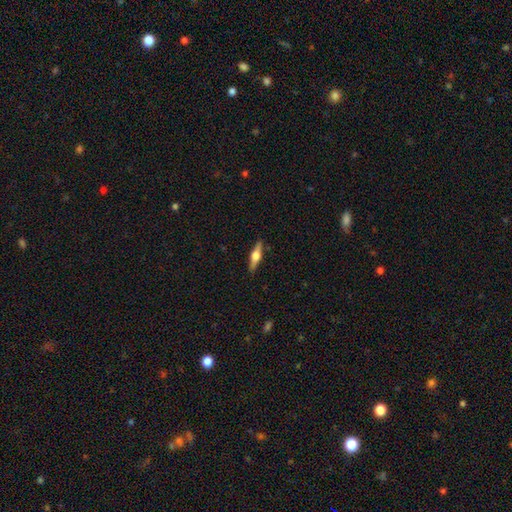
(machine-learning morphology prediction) smooth-or-featured: featured or disk: 60% | smooth: 35% | star or artifact: 6%
  disk-edge-on: yes: 96% | no: 4%
    edge-on-bulge: rounded: 94% | boxy: 4% | none: 2%
  merging: none: 89% | minor disturbance: 8% | major disturbance: 2% | merger: 1%